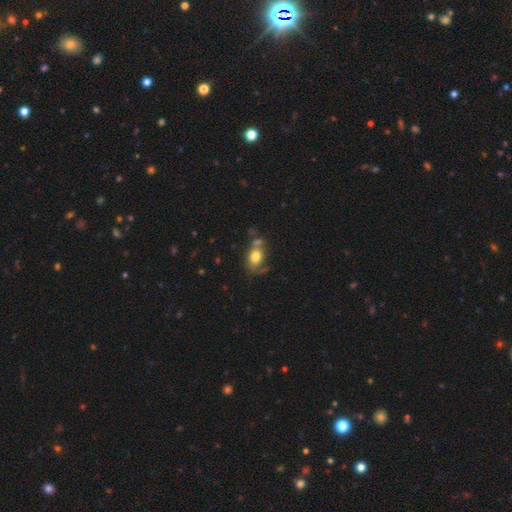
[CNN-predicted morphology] Smooth or featured? Predicted: smooth (p=0.74). How rounded? Predicted: in between (p=0.73). Merging? Predicted: none (p=0.46).